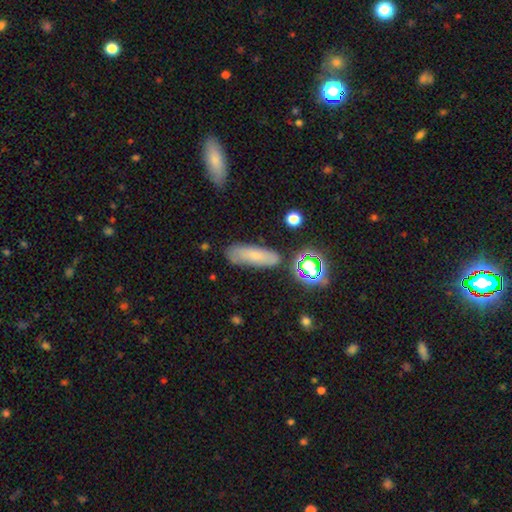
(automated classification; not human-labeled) A smooth galaxy with no disk features (67%) that is in between round and cigar-shaped (52%). Merging: none (75%).